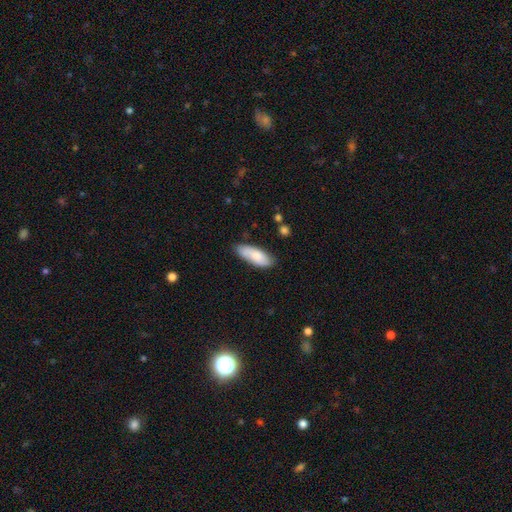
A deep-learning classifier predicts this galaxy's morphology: The model was most divided on "how rounded": in between: 74%, cigar-shaped: 25%, round: 2%. More confident: smooth or featured — smooth (76%); merging — none (73%).